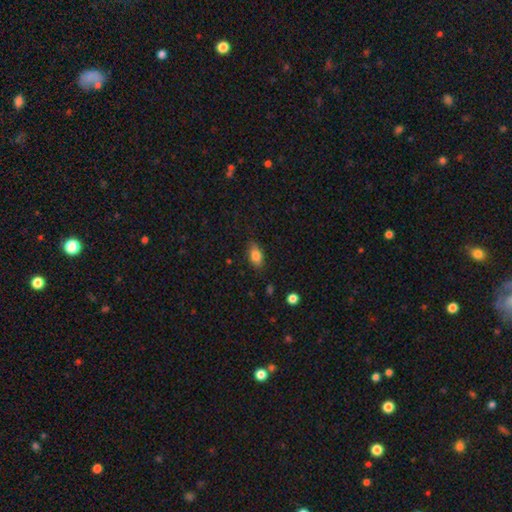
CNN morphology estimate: smooth-or-featured: smooth: 81% | featured or disk: 11% | star or artifact: 8%
  how-rounded: in between: 86% | cigar-shaped: 7% | round: 7%
  merging: none: 81% | minor disturbance: 14% | major disturbance: 3% | merger: 1%